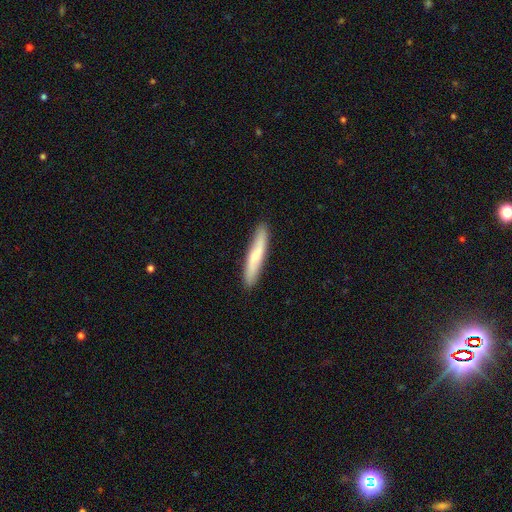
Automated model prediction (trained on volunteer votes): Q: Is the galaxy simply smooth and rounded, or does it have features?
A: smooth — 64%.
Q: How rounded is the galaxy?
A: cigar-shaped — 92%.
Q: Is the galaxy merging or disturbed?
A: none — 88%.